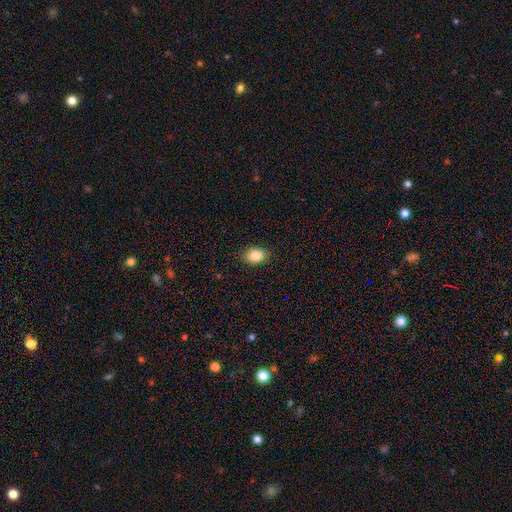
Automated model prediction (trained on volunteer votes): Q: Smooth or featured?
A: smooth (85%); runner-up: star or artifact (9%)
Q: How rounded?
A: in between (74%); runner-up: round (24%)
Q: Merging?
A: none (88%); runner-up: minor disturbance (9%)